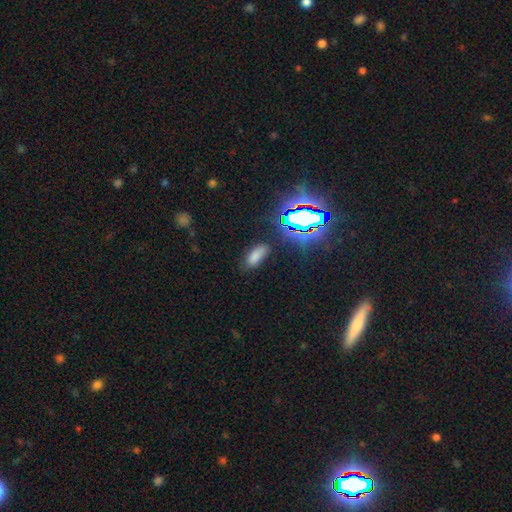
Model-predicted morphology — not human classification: Smooth or featured? Predicted: smooth (p=0.70). How rounded? Predicted: in between (p=0.84). Merging? Predicted: none (p=0.78).